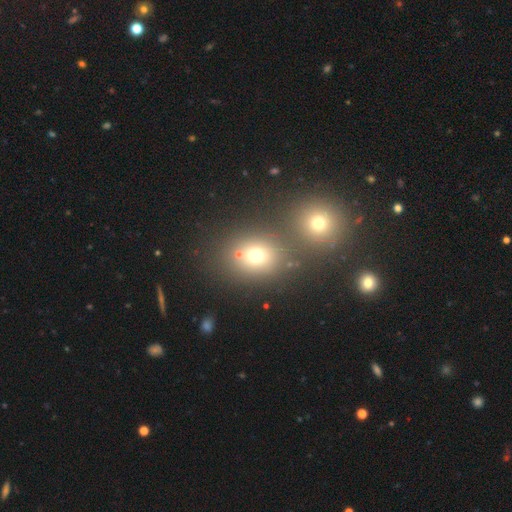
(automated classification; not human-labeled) smooth 69%, star or artifact 19%, featured or disk 11%. Down the decision tree: how rounded — round (66%); merging — none (61%).